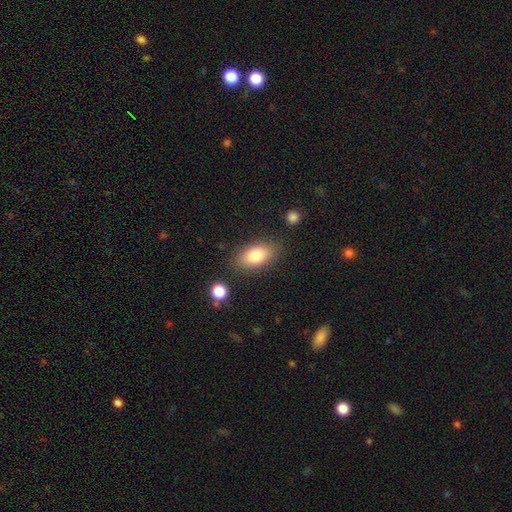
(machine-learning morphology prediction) This is likely a smooth galaxy (80%). How rounded: clearly in between (89%). Merging: clearly none (83%).